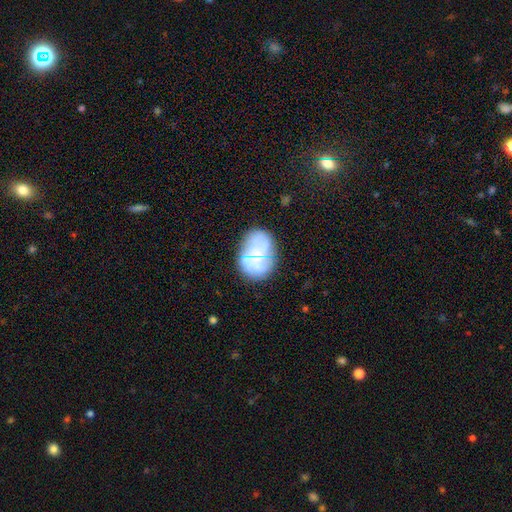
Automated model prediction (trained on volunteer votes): Smooth or featured?
  - featured or disk: 56% *
  - smooth: 34%
  - star or artifact: 11%
Edge-on disk?
  - no: 98% *
  - yes: 2%
Bar?
  - no: 82% *
  - weak: 14%
  - strong: 4%
Spiral arms?
  - no: 52% *
  - yes: 48%
Bulge size?
  - none: 44% *
  - small: 38%
  - moderate: 14%
  - large: 3%
  - dominant: 2%
Merging?
  - none: 63% *
  - minor disturbance: 20%
  - major disturbance: 11%
  - merger: 6%